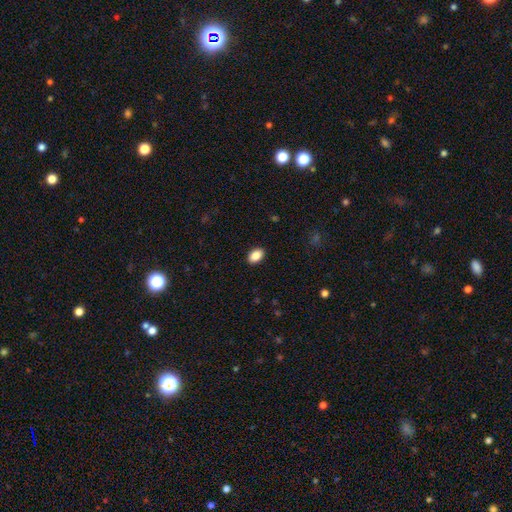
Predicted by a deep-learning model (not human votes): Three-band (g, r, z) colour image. It shows a smooth galaxy with no disk features (88%) that is in between round and cigar-shaped (85%). Merging: none (90%).